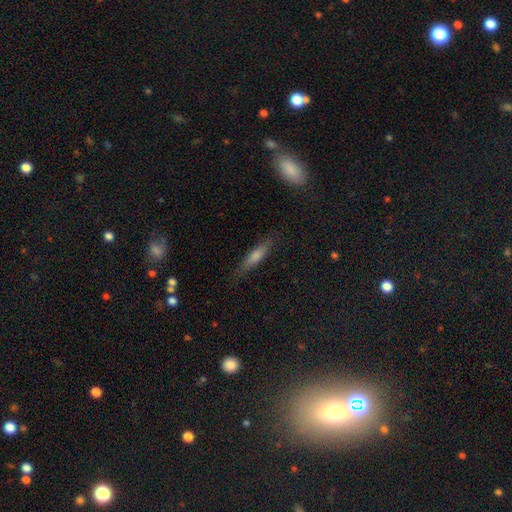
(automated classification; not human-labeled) Smooth or featured? smooth (55%)
How rounded? cigar-shaped (82%)
Merging? none (81%)